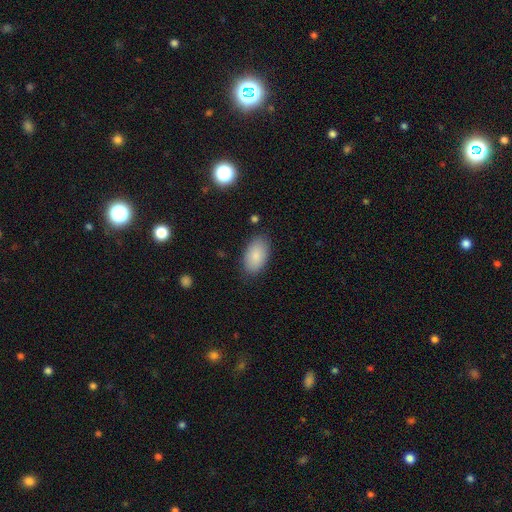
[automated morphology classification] smooth_or_featured: smooth (p=0.85) [alt: featured or disk p=0.09]
how_rounded: in between (p=0.94) [alt: round p=0.04]
merging: none (p=0.84) [alt: minor disturbance p=0.12]